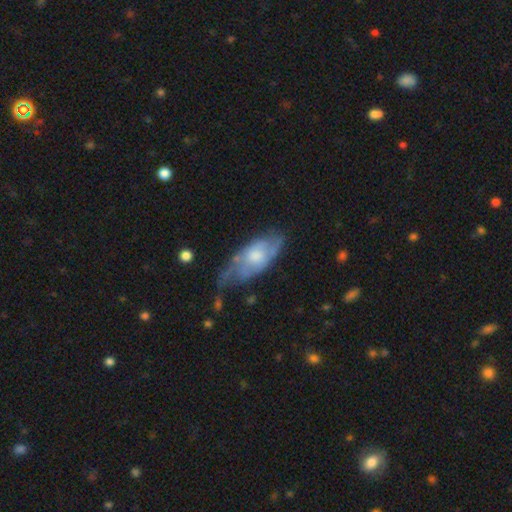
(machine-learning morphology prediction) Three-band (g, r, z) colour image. It shows a featured or disk galaxy (61%) with no bar (75%), spiral arms (73%) and a moderate central bulge (57%). Merging: none (45%).